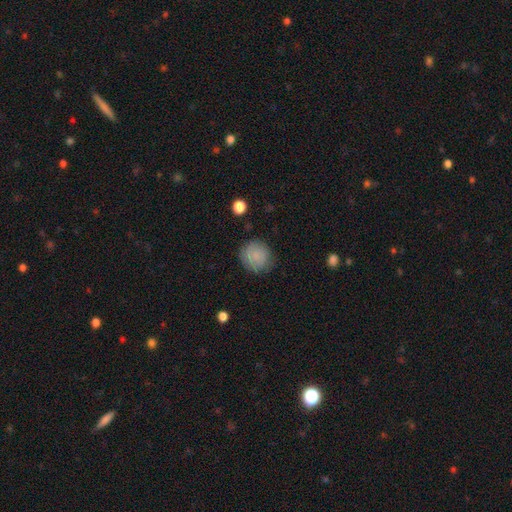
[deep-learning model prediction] Smooth or featured? smooth (84%)
How rounded? round (89%)
Merging? none (81%)